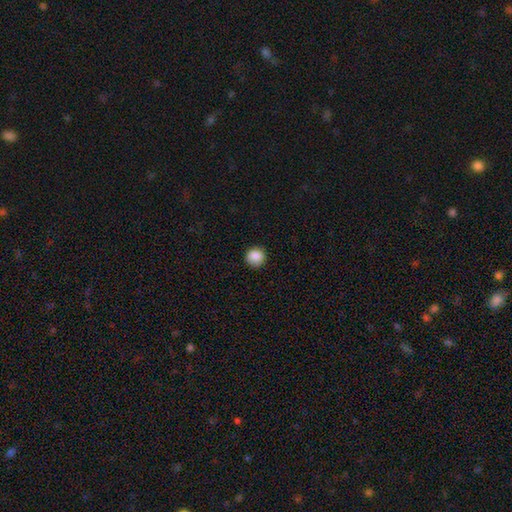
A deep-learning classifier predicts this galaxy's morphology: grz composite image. It shows a smooth galaxy with no disk features (87%) that is round (94%). Merging: none (89%).